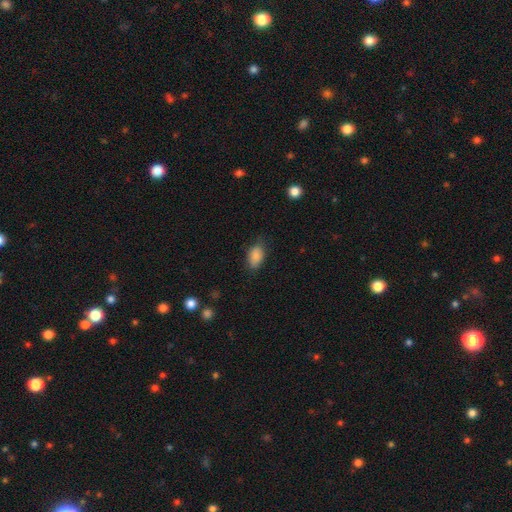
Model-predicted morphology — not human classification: Smooth or featured? smooth (87%)
How rounded? in between (90%)
Merging? none (75%)